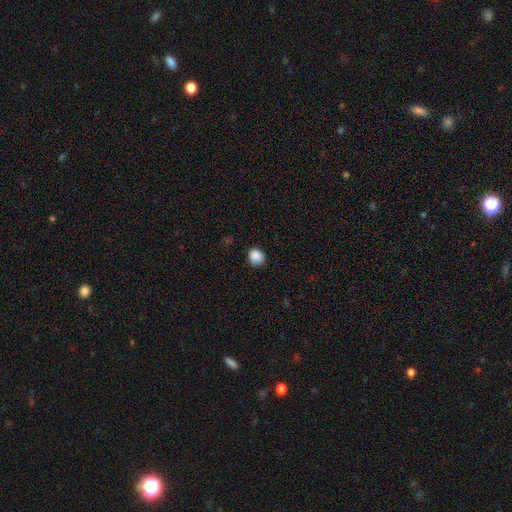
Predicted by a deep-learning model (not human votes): Overall: smooth (88%). How rounded: round (87%). Merging: none (85%).